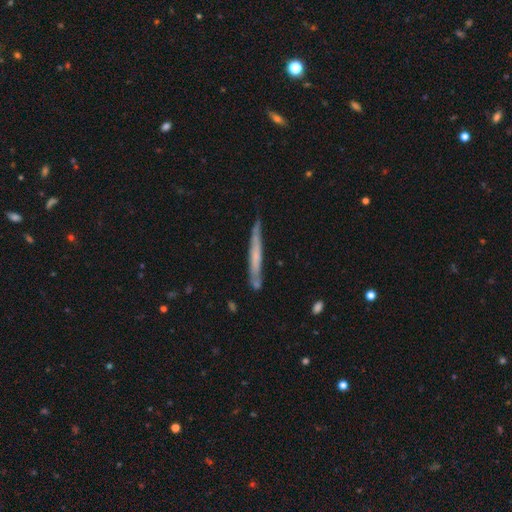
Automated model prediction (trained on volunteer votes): Smooth or featured? Predicted: featured or disk (p=0.48). Merging? Predicted: none (p=0.76).